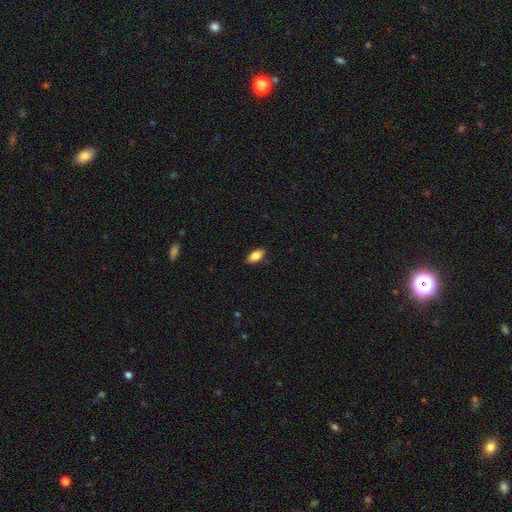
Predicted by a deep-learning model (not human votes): Morphology: type=smooth (83%); roundness=in between (90%); merging=none (88%).